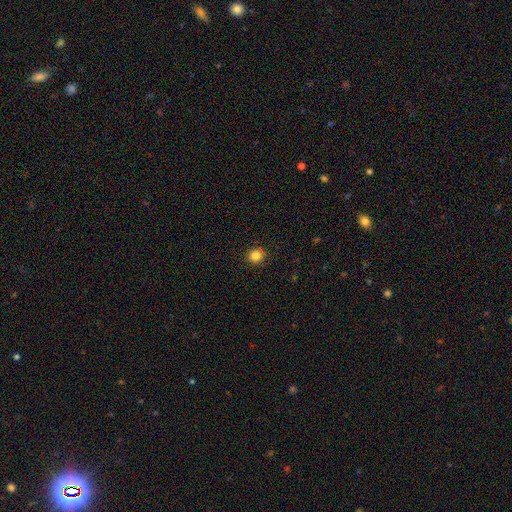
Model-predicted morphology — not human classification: Smooth or featured? Predicted: smooth (p=0.84). How rounded? Predicted: round (p=0.91). Merging? Predicted: none (p=0.91).